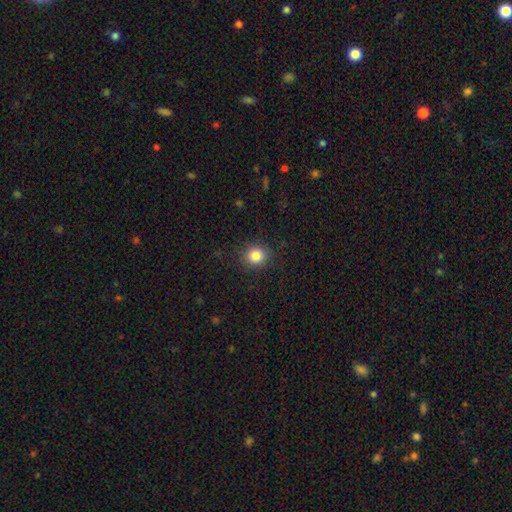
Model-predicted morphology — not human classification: type=smooth (84%); roundness=round (84%); merging=none (89%).